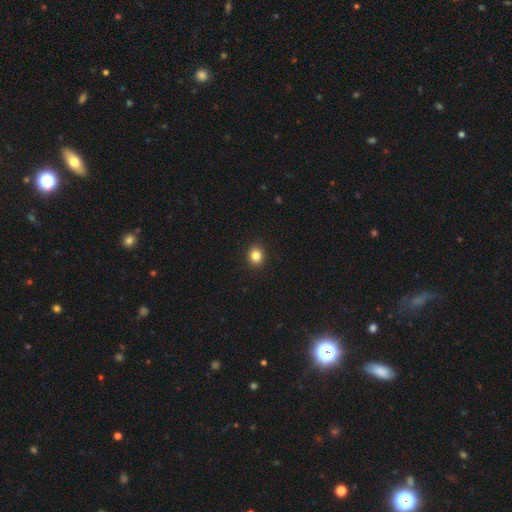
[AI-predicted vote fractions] A smooth galaxy with no disk features (84%) that is round (73%). Merging: none (92%).